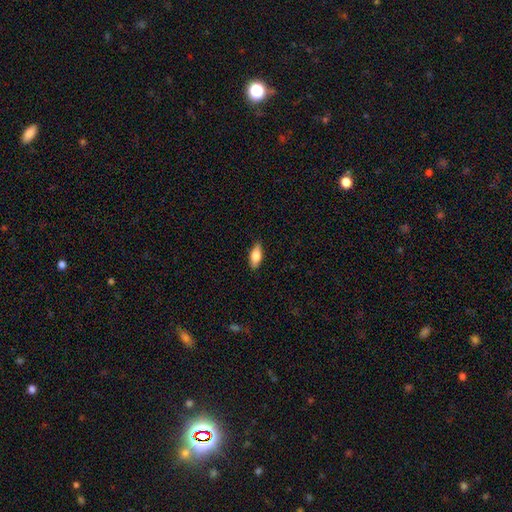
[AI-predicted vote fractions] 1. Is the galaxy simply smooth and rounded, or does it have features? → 75% smooth, 19% featured or disk, 6% star or artifact.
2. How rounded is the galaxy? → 78% in between, 19% cigar-shaped, 3% round.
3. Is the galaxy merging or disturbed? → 87% none, 10% minor disturbance, 2% major disturbance, 1% merger.